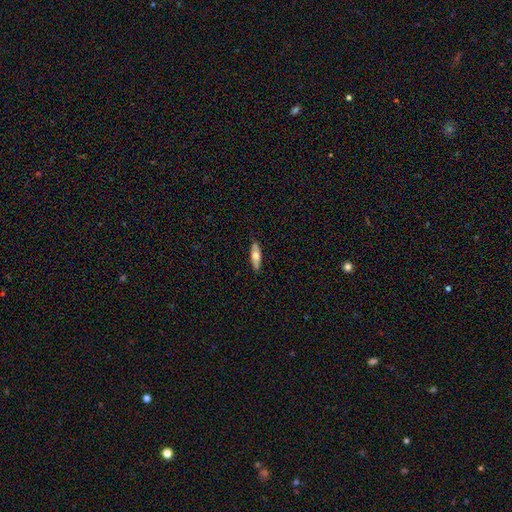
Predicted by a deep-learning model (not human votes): This is possibly a smooth galaxy (58%). How rounded: possibly in between (50%). Merging: clearly none (87%).